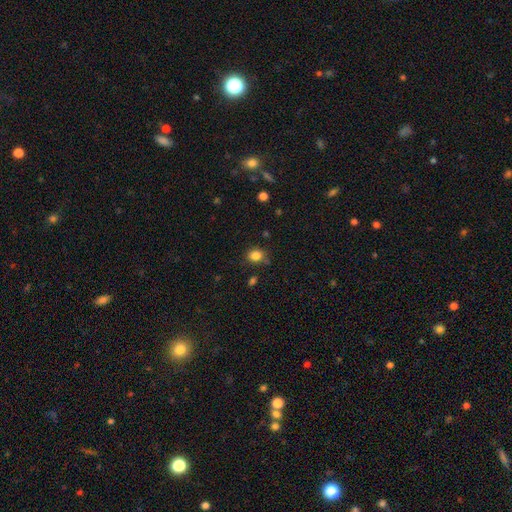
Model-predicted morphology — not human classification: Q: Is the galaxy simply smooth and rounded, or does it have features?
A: smooth — 83%.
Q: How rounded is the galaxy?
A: round — 65%.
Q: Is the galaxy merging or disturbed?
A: none — 76%.